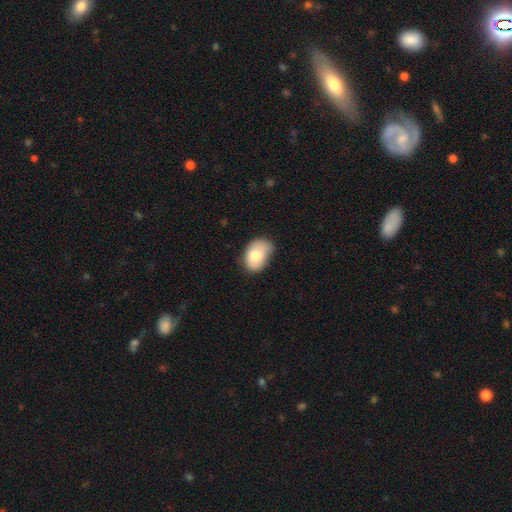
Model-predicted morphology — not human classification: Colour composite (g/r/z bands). It shows a smooth galaxy with no disk features (75%) that is in between round and cigar-shaped (82%). Merging: none (49%).